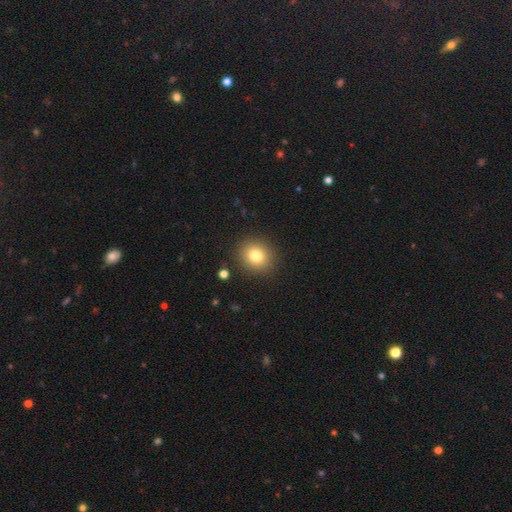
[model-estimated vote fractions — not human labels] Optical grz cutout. It shows a smooth galaxy with no disk features (80%) that is round (79%). Merging: none (89%).